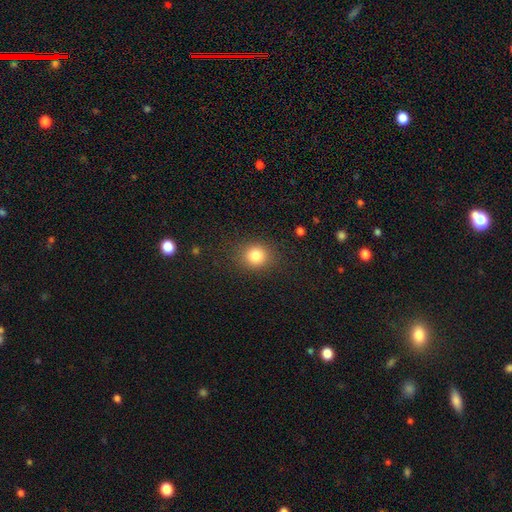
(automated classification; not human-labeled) Morphology: type=smooth (82%); roundness=round (79%); merging=none (86%).